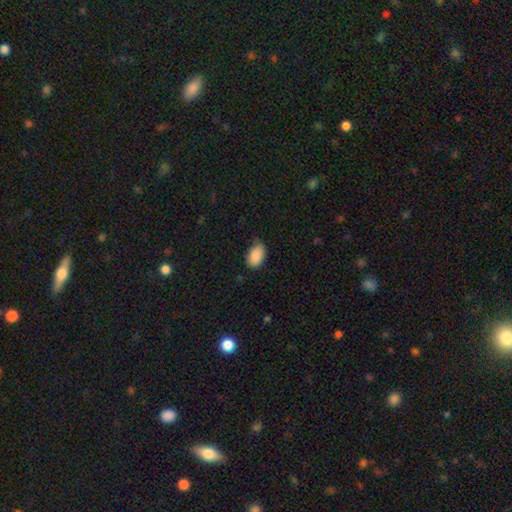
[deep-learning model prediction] Smooth or featured: smooth — 89% (star or artifact — 7%)
How rounded: in between — 91% (round — 8%)
Merging: none — 67% (minor disturbance — 28%)